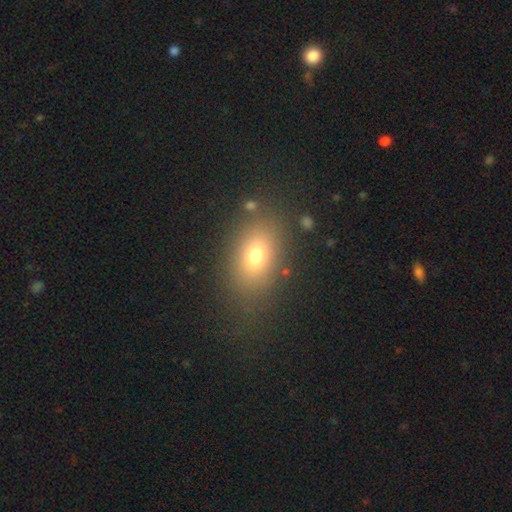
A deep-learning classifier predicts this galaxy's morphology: smooth_or_featured: smooth (p=0.73) [alt: featured or disk p=0.14]
how_rounded: in between (p=0.78) [alt: round p=0.20]
merging: none (p=0.80) [alt: minor disturbance p=0.11]